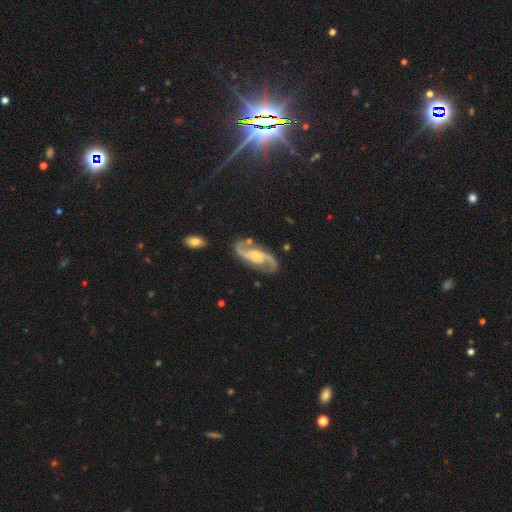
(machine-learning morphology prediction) A featured or disk galaxy (91%) with no bar (47%), 2 (94%) medium (56%) spiral arms (98%) and a moderate central bulge (54%). Merging: none (80%).